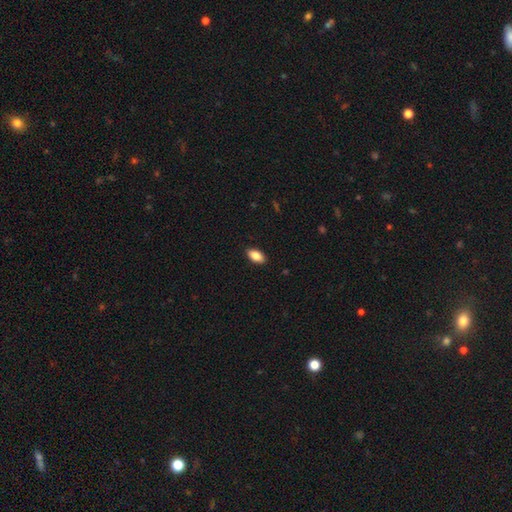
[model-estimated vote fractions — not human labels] Overall: smooth (86%). How rounded: in between (92%). Merging: none (89%).